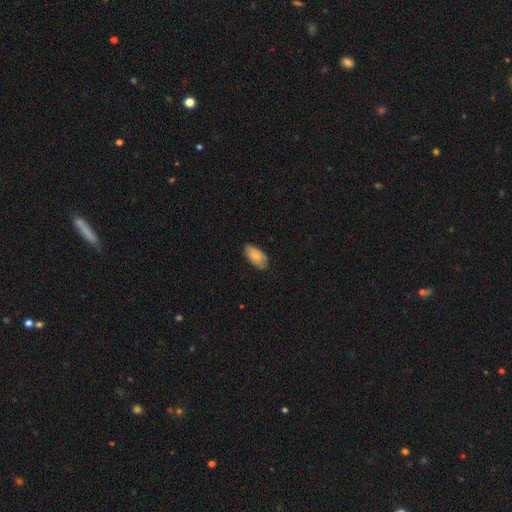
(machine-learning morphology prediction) Smooth or featured: smooth — 74% (featured or disk — 20%)
How rounded: in between — 93% (cigar-shaped — 3%)
Merging: none — 78% (minor disturbance — 18%)